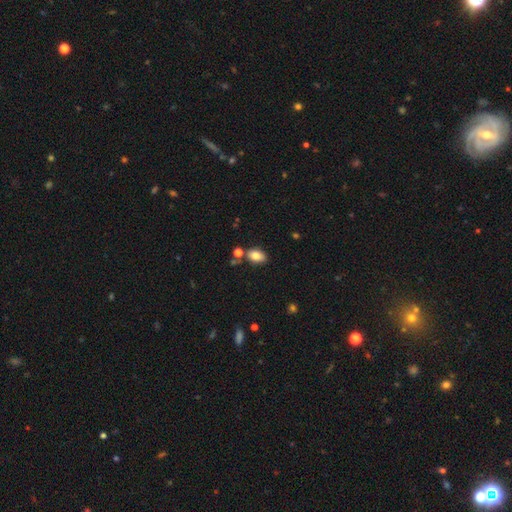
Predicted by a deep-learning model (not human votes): A smooth galaxy with no disk features (81%) that is in between round and cigar-shaped (86%).

Vote fractions:
- Smooth or featured? smooth: 81% / featured or disk: 10% / star or artifact: 9%
- How rounded? in between: 86% / round: 13% / cigar-shaped: 1%
- Merging? none: 73% / minor disturbance: 13% / merger: 11% / major disturbance: 3%